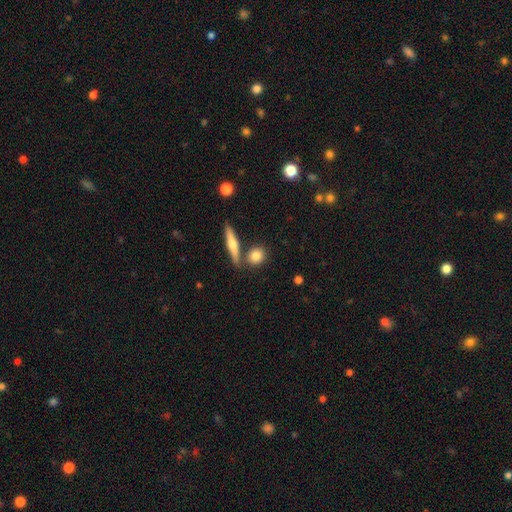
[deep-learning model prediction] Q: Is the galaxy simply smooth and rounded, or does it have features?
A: smooth — 79%.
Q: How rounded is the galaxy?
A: round — 66%.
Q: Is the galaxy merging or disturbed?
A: none — 74%.